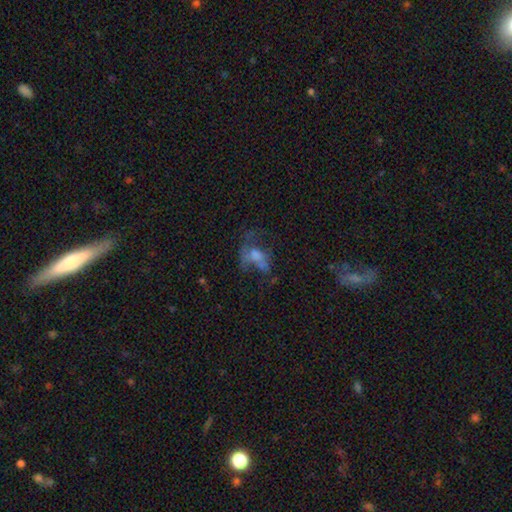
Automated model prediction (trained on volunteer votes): Smooth or featured?
  - featured or disk: 49% *
  - smooth: 30%
  - star or artifact: 21%
Merging?
  - major disturbance: 43% *
  - none: 33%
  - minor disturbance: 16%
  - merger: 8%